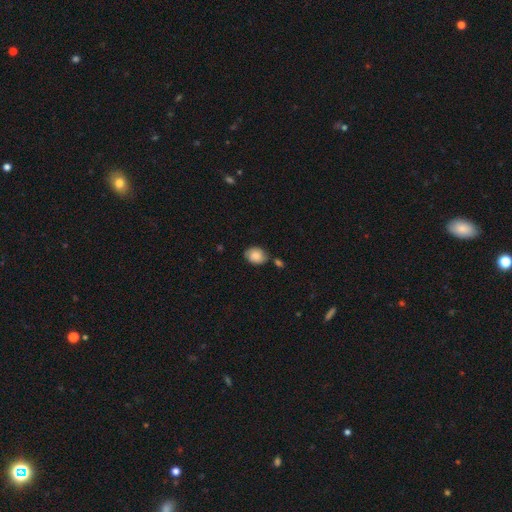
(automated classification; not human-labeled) Smooth or featured? smooth (81%)
How rounded? in between (55%)
Merging? none (66%)